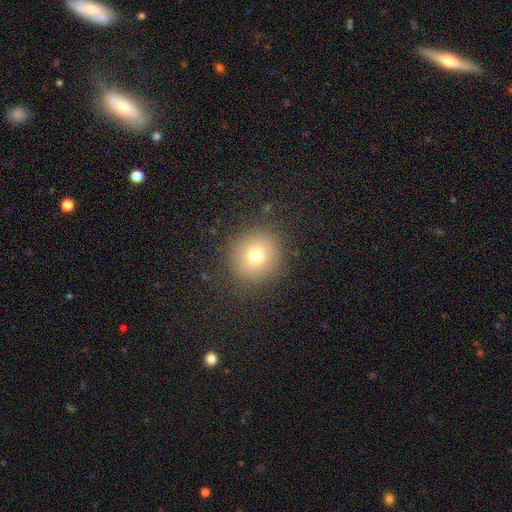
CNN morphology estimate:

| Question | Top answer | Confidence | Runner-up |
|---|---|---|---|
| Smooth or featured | smooth | 72% | star or artifact (15%) |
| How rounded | round | 91% | in between (8%) |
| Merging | none | 87% | minor disturbance (8%) |